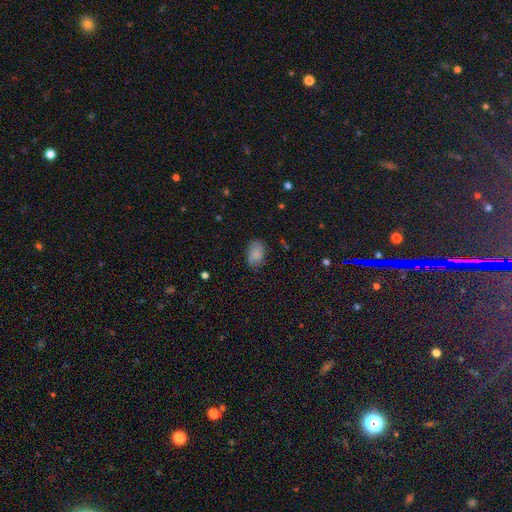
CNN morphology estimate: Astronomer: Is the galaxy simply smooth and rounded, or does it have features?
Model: smooth — 68%.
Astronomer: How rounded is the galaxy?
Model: in between — 87%.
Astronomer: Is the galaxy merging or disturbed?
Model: none — 76%.